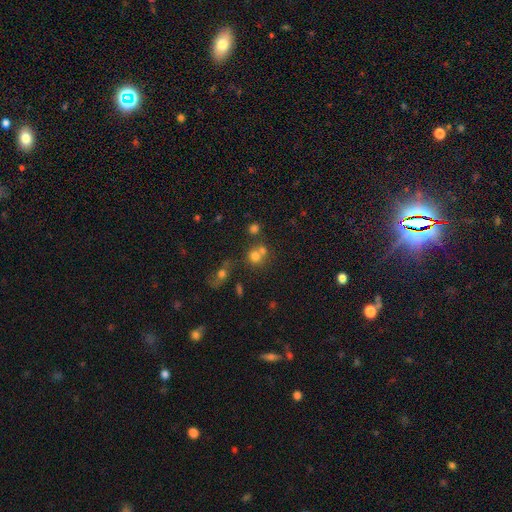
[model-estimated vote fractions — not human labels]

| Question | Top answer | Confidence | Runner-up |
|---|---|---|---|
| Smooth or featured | smooth | 71% | star or artifact (16%) |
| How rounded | round | 83% | in between (16%) |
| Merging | none | 44% | tied: merger (44%) |